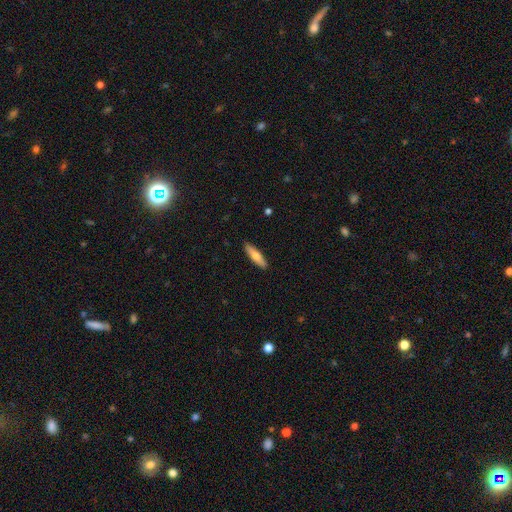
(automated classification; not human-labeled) Smooth or featured?
  - smooth: 68% *
  - featured or disk: 26%
  - star or artifact: 6%
How rounded?
  - cigar-shaped: 73% *
  - in between: 25%
  - round: 2%
Merging?
  - none: 90% *
  - minor disturbance: 7%
  - major disturbance: 1%
  - merger: 1%